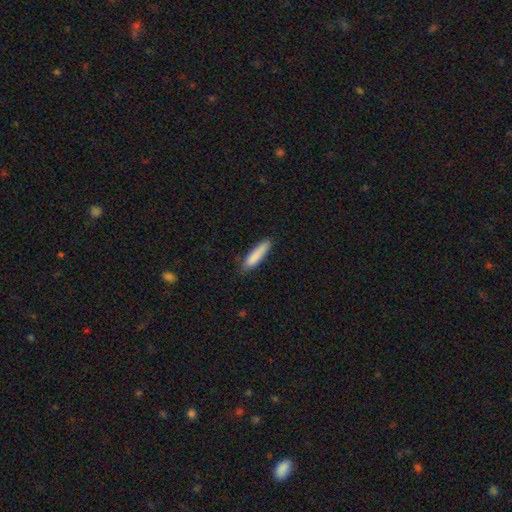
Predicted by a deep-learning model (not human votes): Smooth or featured? Predicted: smooth (p=0.86). How rounded? Predicted: cigar-shaped (p=0.74). Merging? Predicted: none (p=0.81).